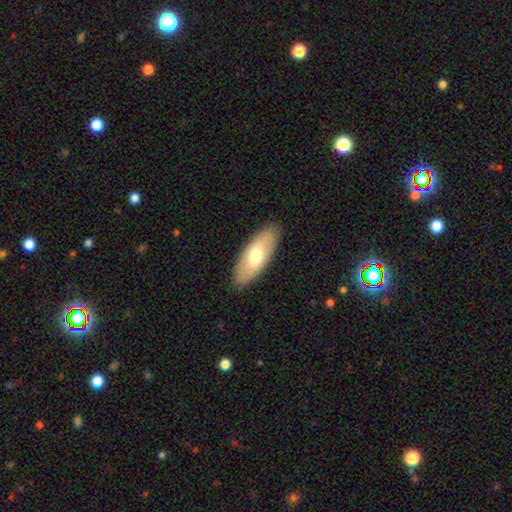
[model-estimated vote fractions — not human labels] A smooth galaxy with no disk features (65%) that is in between round and cigar-shaped (78%). Merging: none (89%).